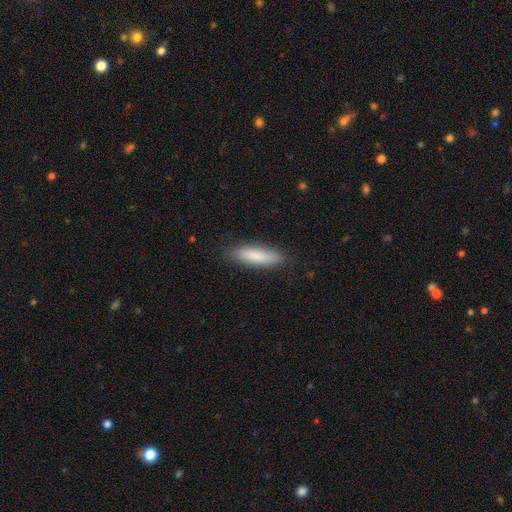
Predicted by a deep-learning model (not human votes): Morphology: type=smooth (83%); roundness=cigar-shaped (65%); merging=none (85%).